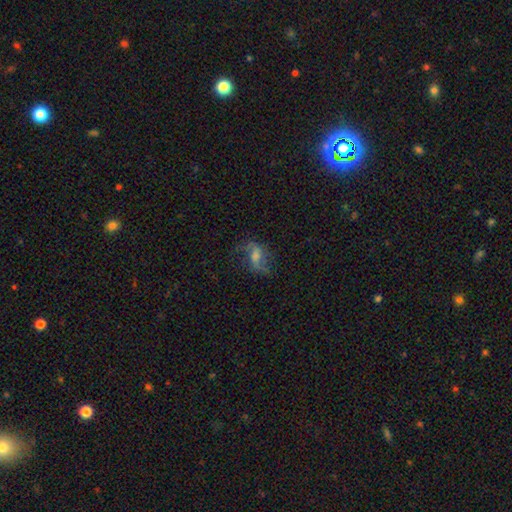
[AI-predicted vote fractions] smooth-or-featured: featured or disk: 65% | smooth: 23% | star or artifact: 12%
  disk-edge-on: no: 94% | yes: 6%
    bar: weak: 44% | no: 32% | strong: 24%
    has-spiral-arms: yes: 86% | no: 14%
      spiral-winding: loose: 71% | medium: 23% | tight: 6%
      spiral-arm-count: 2: 83% | can't tell: 7% | 1: 6% | 3: 2% | 4: 1% | more than 4: 1%
    bulge-size: moderate: 42% | small: 38% | none: 11% | large: 7% | dominant: 2%
  merging: none: 63% | minor disturbance: 19% | major disturbance: 16% | merger: 2%